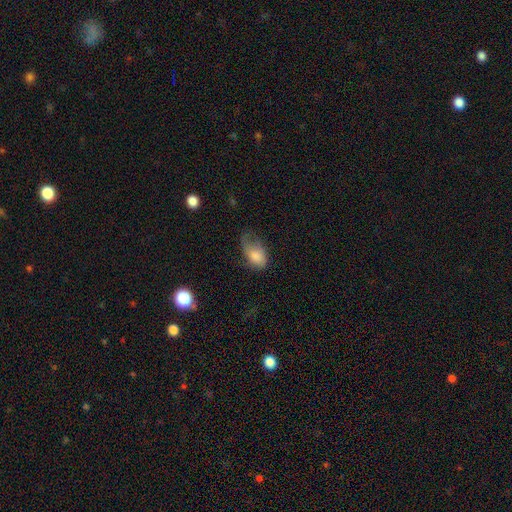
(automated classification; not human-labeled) The model was most divided on "merging" (2-way tie): minor disturbance: 35%, major disturbance: 35%, none: 28%, merger: 2%. More confident: how rounded — in between (89%); smooth or featured — smooth (74%).